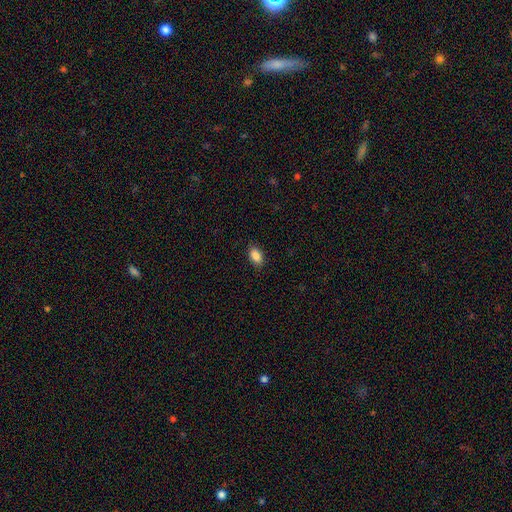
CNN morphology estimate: A smooth galaxy with no disk features (88%) that is in between round and cigar-shaped (88%).

Vote fractions:
- Smooth or featured? smooth: 88% / star or artifact: 8% / featured or disk: 4%
- How rounded? in between: 88% / round: 10% / cigar-shaped: 2%
- Merging? none: 88% / minor disturbance: 9% / major disturbance: 2% / merger: 1%